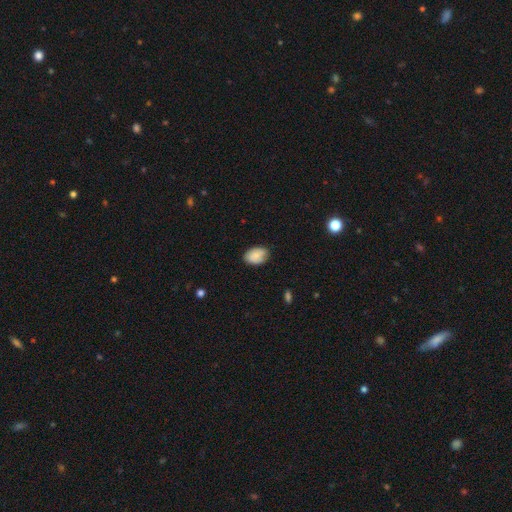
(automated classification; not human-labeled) smooth_or_featured: smooth (p=0.82) [alt: featured or disk p=0.10]
how_rounded: in between (p=0.84) [alt: round p=0.15]
merging: none (p=0.79) [alt: minor disturbance p=0.17]